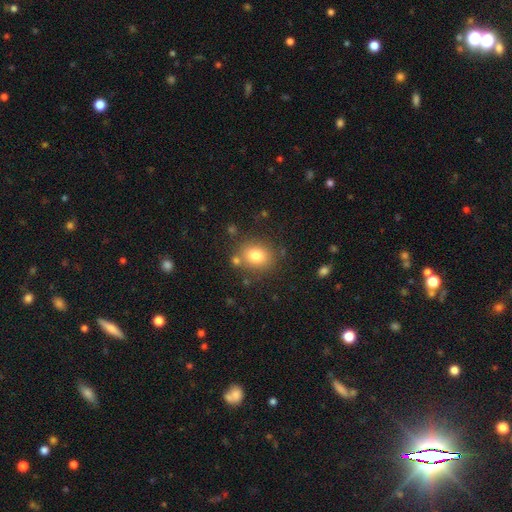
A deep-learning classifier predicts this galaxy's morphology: Smooth or featured: smooth — 80% (star or artifact — 11%)
How rounded: round — 60% (in between — 39%)
Merging: none — 77% (minor disturbance — 11%)